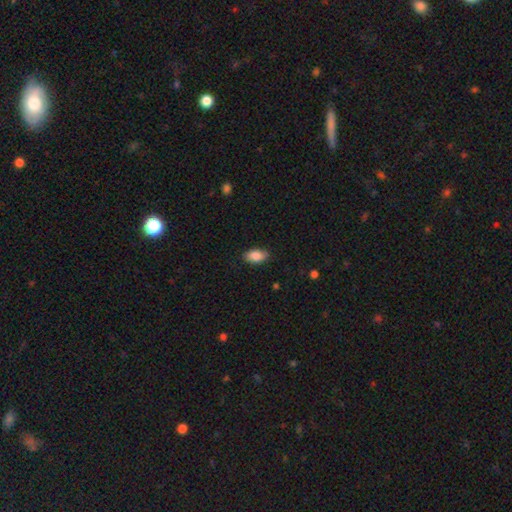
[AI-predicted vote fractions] This is clearly a smooth galaxy (87%). How rounded: clearly in between (92%). Merging: clearly none (84%).